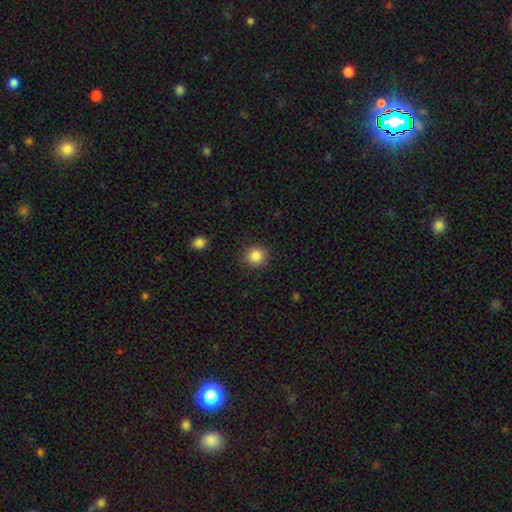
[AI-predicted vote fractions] A smooth galaxy with no disk features (86%) that is round (89%).

Vote fractions:
- Smooth or featured? smooth: 86% / star or artifact: 10% / featured or disk: 4%
- How rounded? round: 89% / in between: 10% / cigar-shaped: 1%
- Merging? none: 90% / minor disturbance: 7% / major disturbance: 2% / merger: 1%